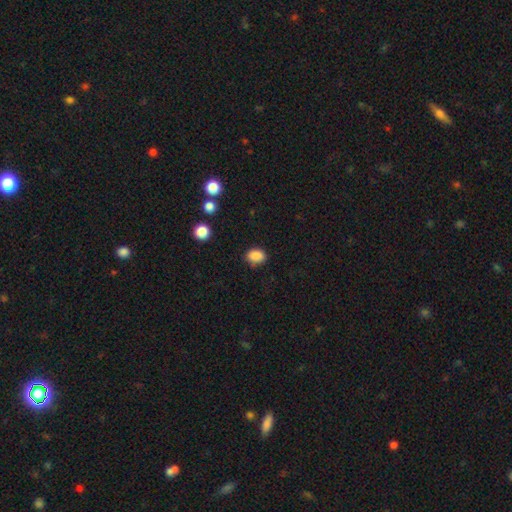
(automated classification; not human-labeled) Smooth or featured? Predicted: smooth (p=0.87). How rounded? Predicted: in between (p=0.73). Merging? Predicted: none (p=0.82).